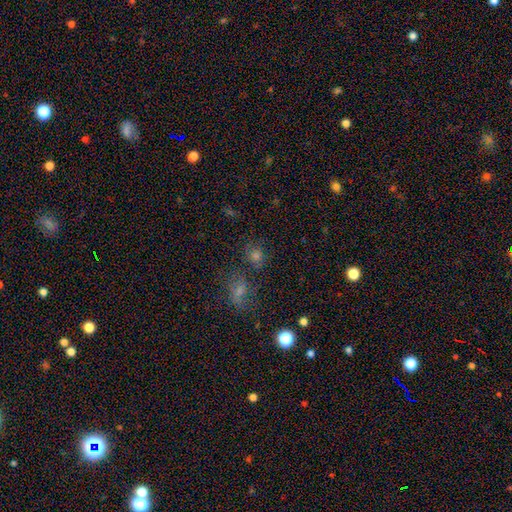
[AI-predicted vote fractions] This appears to be a smooth galaxy with no disk features (61%) that is round (71%). Merging: none (67%).